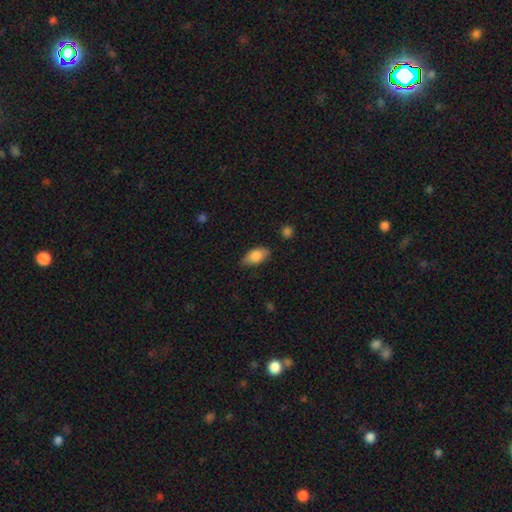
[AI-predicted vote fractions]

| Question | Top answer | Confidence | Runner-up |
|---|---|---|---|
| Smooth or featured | smooth | 82% | featured or disk (12%) |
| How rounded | in between | 90% | cigar-shaped (6%) |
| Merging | none | 78% | minor disturbance (17%) |